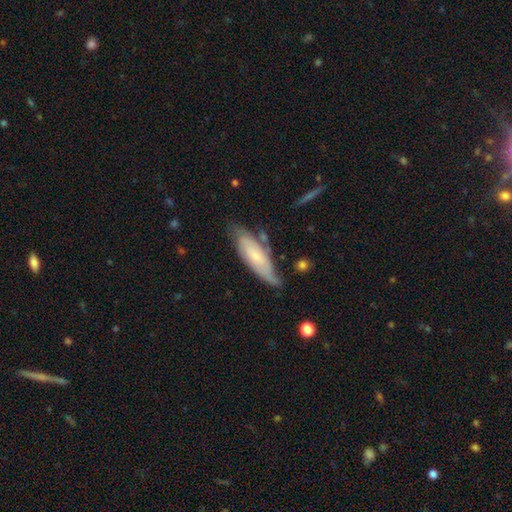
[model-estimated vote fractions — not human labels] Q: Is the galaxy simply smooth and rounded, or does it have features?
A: featured or disk — 51%.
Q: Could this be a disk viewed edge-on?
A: no — 75%.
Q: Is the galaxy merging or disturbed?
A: none — 59%.